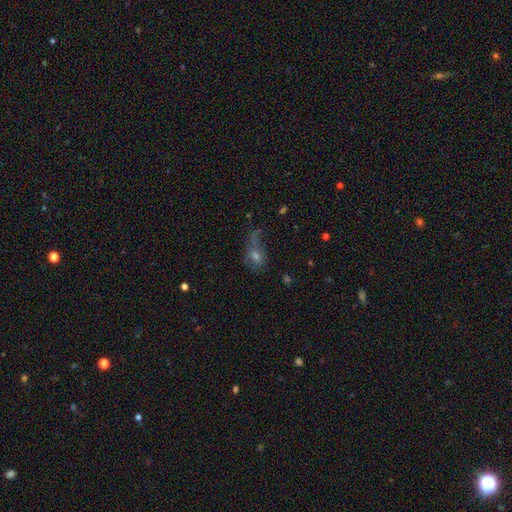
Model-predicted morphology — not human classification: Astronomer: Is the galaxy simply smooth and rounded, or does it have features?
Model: smooth — 42% (runner-up: featured or disk, 34%).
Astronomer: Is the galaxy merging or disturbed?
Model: major disturbance — 40% (runner-up: none, 32%).